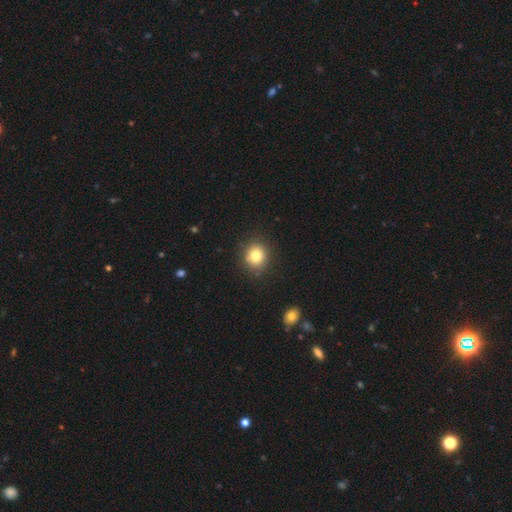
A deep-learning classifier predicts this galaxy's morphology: A smooth galaxy with no disk features (80%) that is round (81%).

Vote fractions:
- Smooth or featured? smooth: 80% / star or artifact: 12% / featured or disk: 8%
- How rounded? round: 81% / in between: 18% / cigar-shaped: 1%
- Merging? none: 88% / minor disturbance: 8% / major disturbance: 2% / merger: 2%